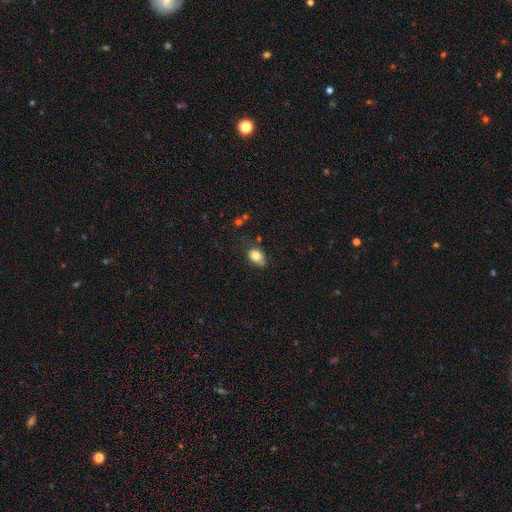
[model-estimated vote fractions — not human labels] Morphology: type=smooth (82%); roundness=in between (77%); merging=none (59%).